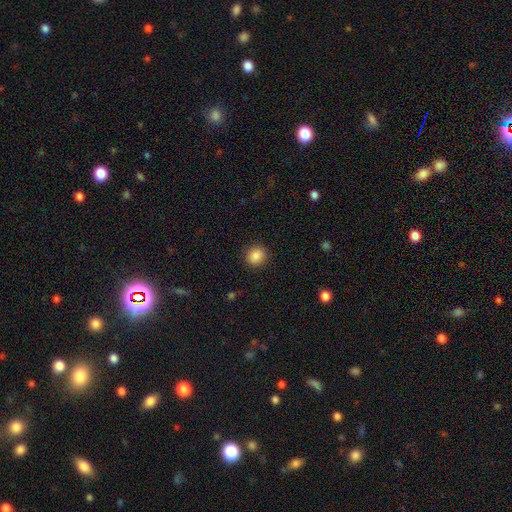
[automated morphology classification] Smooth or featured? Predicted: smooth (p=0.87). How rounded? Predicted: round (p=0.82). Merging? Predicted: none (p=0.90).